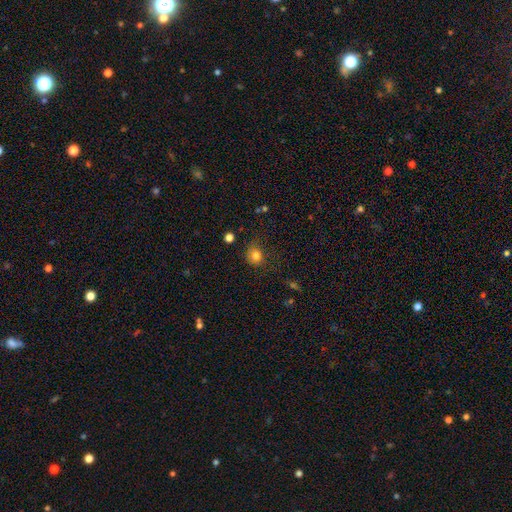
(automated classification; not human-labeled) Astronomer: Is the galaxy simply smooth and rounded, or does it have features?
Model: smooth — 81%.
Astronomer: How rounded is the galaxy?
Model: round — 75%.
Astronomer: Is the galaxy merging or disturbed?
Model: none — 65%.